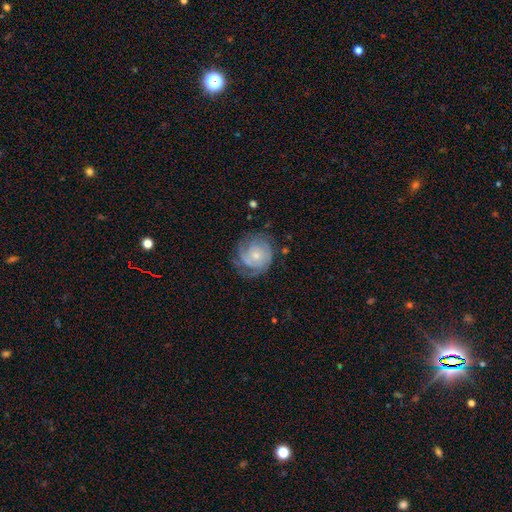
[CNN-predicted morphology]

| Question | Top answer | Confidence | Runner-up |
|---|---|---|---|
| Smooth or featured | featured or disk | 72% | smooth (22%) |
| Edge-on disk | no | 98% | yes (2%) |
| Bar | no | 78% | weak (19%) |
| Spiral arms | yes | 88% | no (12%) |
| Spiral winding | tight | 66% | medium (25%) |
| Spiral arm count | can't tell | 37% | 2 (31%) |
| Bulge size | small | 59% | moderate (35%) |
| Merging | none | 62% | minor disturbance (23%) |